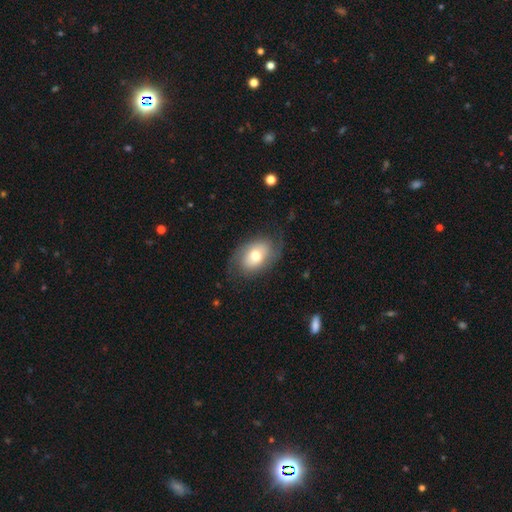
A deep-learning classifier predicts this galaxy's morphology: smooth-or-featured: smooth: 61% | featured or disk: 31% | star or artifact: 8%
  how-rounded: in between: 81% | round: 17% | cigar-shaped: 1%
  merging: none: 70% | minor disturbance: 20% | major disturbance: 9% | merger: 1%